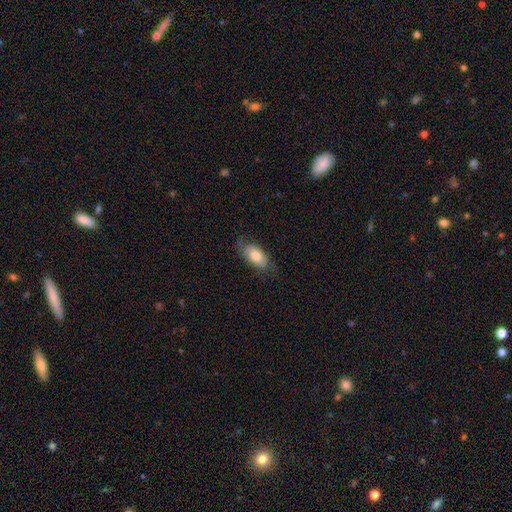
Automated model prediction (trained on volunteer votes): Q: Smooth or featured?
A: smooth (76%); runner-up: featured or disk (18%)
Q: How rounded?
A: in between (91%); runner-up: cigar-shaped (5%)
Q: Merging?
A: none (72%); runner-up: minor disturbance (21%)